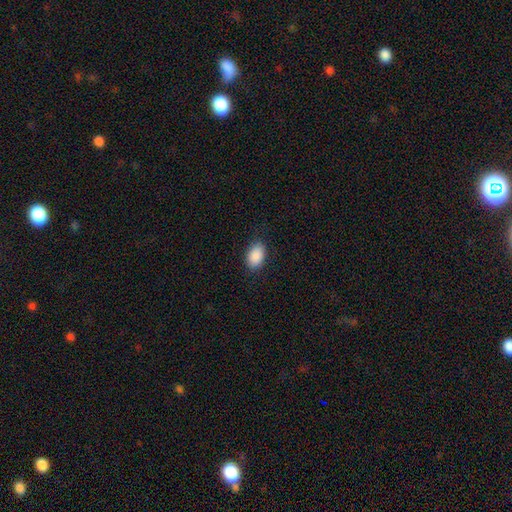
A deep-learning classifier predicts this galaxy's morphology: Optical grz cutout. It shows a smooth galaxy with no disk features (90%) that is in between round and cigar-shaped (89%). Merging: none (87%).